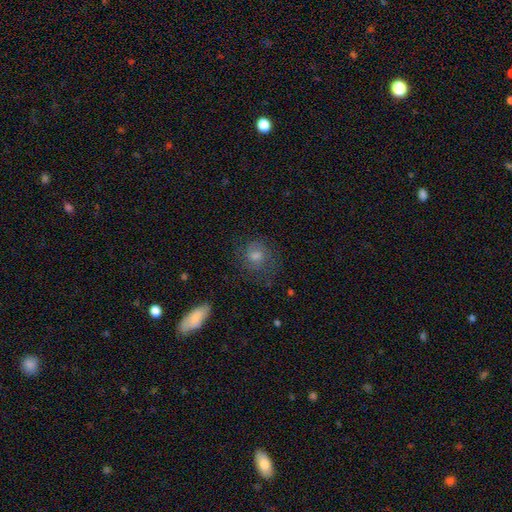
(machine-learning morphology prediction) A smooth galaxy with no disk features (46%). Merging: none (70%).